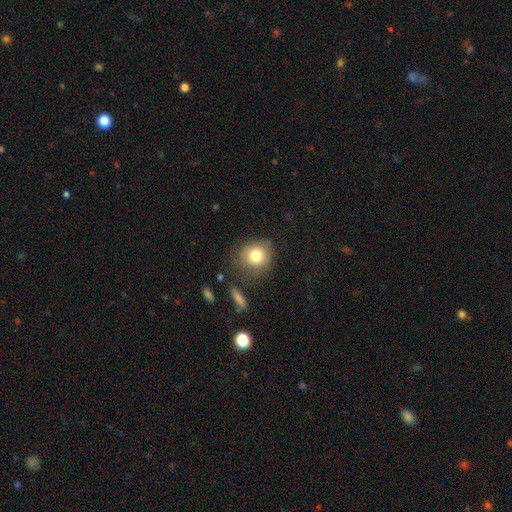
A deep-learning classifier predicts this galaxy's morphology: smooth 80%, featured or disk 11%, star or artifact 9%. Down the decision tree: how rounded — round (83%); merging — none (73%).